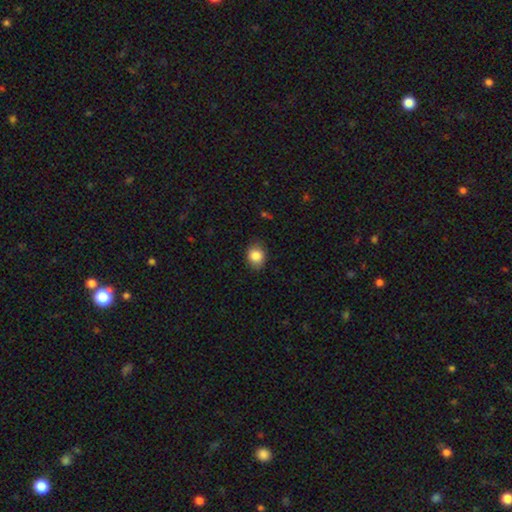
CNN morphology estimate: Overall: smooth (86%). How rounded: round (61%; in between 38%). Merging: none (82%).